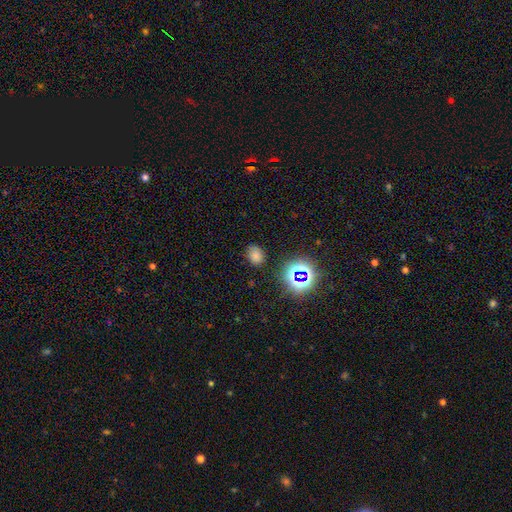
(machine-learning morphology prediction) Smooth or featured: smooth — 68% (star or artifact — 25%)
How rounded: in between — 57% (round — 42%)
Merging: none — 79% (minor disturbance — 15%)